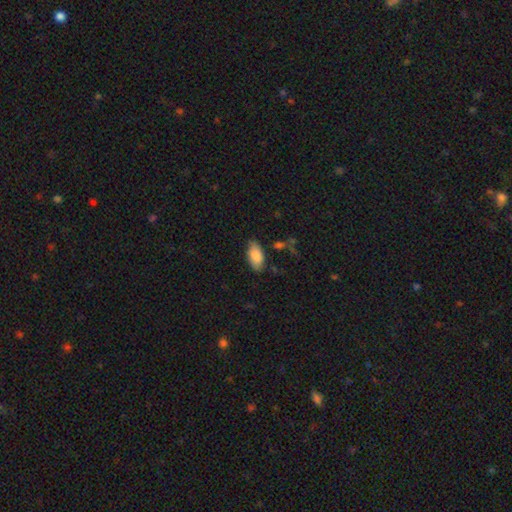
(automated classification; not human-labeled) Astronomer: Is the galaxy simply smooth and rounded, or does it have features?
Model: smooth — 85%.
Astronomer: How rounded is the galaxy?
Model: in between — 93%.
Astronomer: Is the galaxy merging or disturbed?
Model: none — 78%.